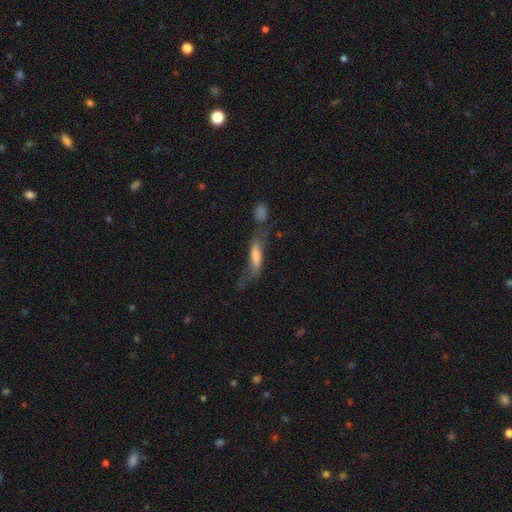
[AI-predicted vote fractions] This appears to be a smooth galaxy with no disk features (49%). Merging: none (38%).